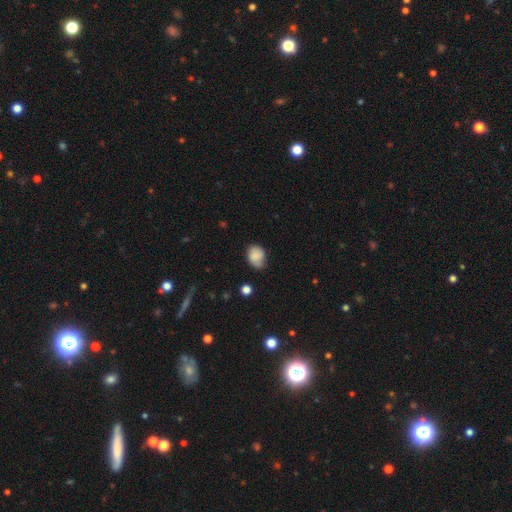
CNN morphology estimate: Overall: smooth (80%). How rounded: in between (59%; round 40%). Merging: none (56%; minor disturbance 34%).